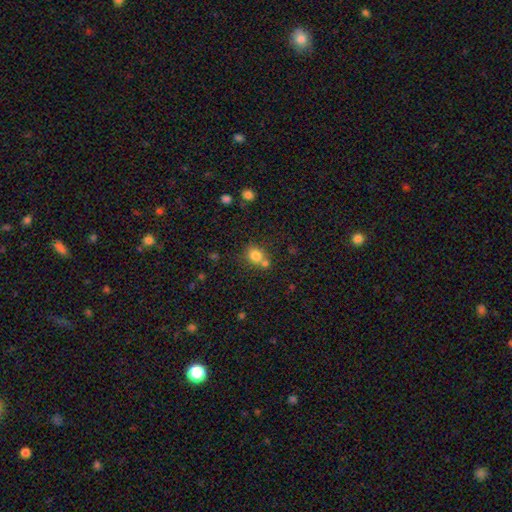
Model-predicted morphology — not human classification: Overall: smooth (79%). How rounded: round (72%). Merging: none (55%; merger 30%).